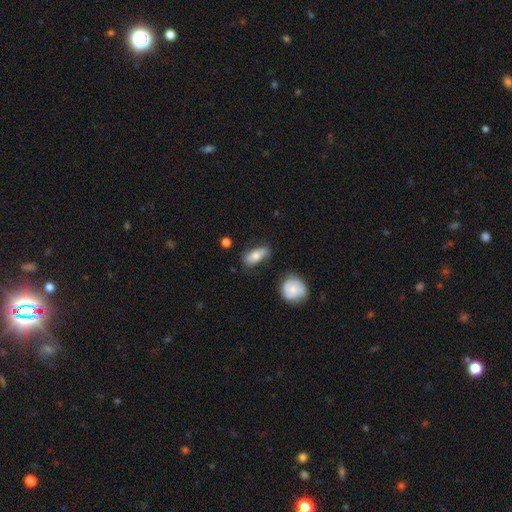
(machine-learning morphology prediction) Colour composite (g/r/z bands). It shows a smooth galaxy with no disk features (68%) that is in between round and cigar-shaped (80%). Merging: none (70%).